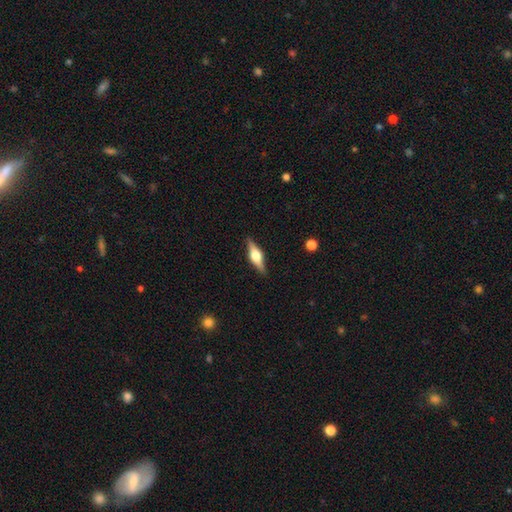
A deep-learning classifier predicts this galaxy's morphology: Smooth or featured: featured or disk — 71% (smooth — 23%)
Edge-on disk: yes — 97% (no — 3%)
Edge-on bulge: rounded — 93% (boxy — 6%)
Merging: none — 89% (minor disturbance — 8%)